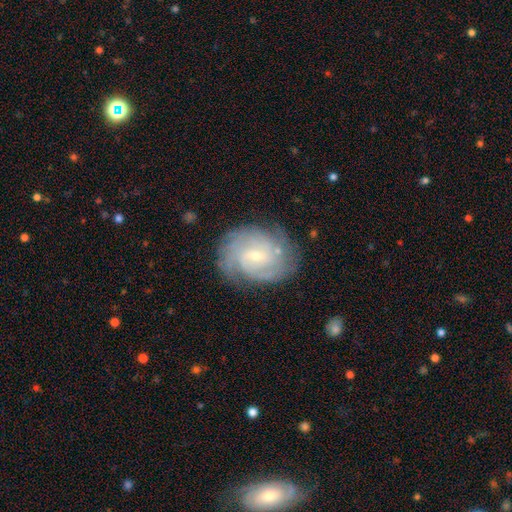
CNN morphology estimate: Smooth or featured? Predicted: featured or disk (p=0.82). Edge-on disk? Predicted: no (p=0.97). Bar? Predicted: weak (p=0.52). Spiral arms? Predicted: yes (p=0.95). Spiral winding? Predicted: tight (p=0.62). Spiral arm count? Predicted: can't tell (p=0.34). Bulge size? Predicted: small (p=0.72). Merging? Predicted: none (p=0.77).